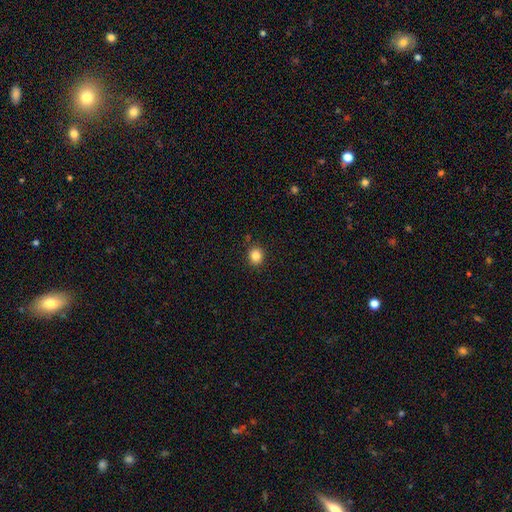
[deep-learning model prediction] This appears to be a smooth galaxy with no disk features (84%) that is round (79%). Merging: none (89%).